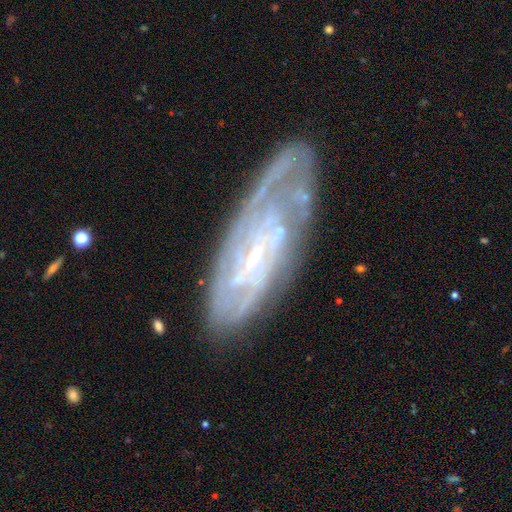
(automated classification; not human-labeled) Smooth or featured: featured or disk — 80% (smooth — 12%)
Edge-on disk: no — 86% (yes — 14%)
Bar: no — 46% (weak — 38%)
Spiral arms: yes — 87% (no — 13%)
Spiral winding: tight — 64% (medium — 28%)
Spiral arm count: can't tell — 49% (2 — 19%)
Bulge size: small — 72% (none — 13%)
Merging: none — 68% (minor disturbance — 20%)